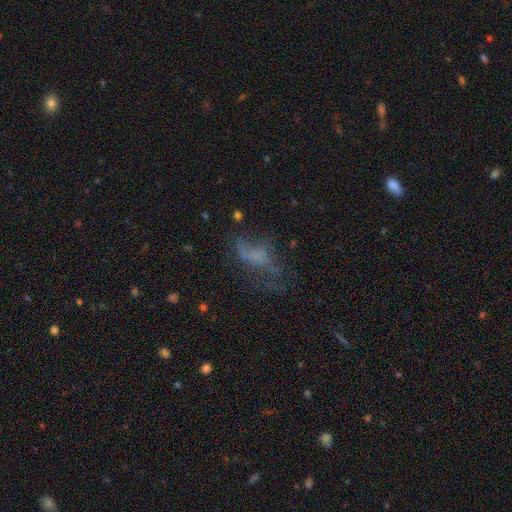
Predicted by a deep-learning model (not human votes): This is marginally a featured or disk galaxy (39%, tied with smooth). Merging: marginally major disturbance (42%).